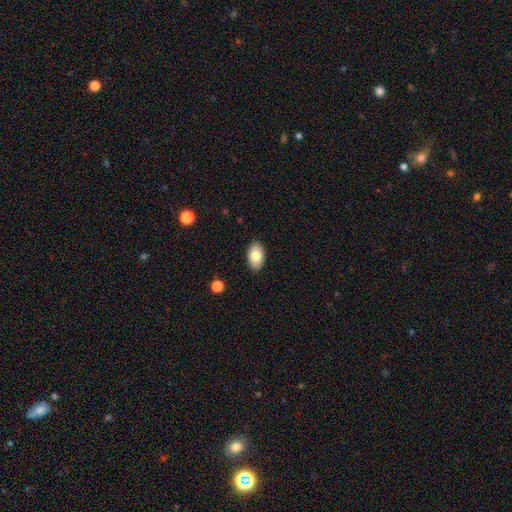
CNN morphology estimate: Smooth or featured?
  - smooth: 81% *
  - featured or disk: 12%
  - star or artifact: 7%
How rounded?
  - in between: 93% *
  - round: 6%
  - cigar-shaped: 1%
Merging?
  - none: 89% *
  - minor disturbance: 8%
  - major disturbance: 2%
  - merger: 1%